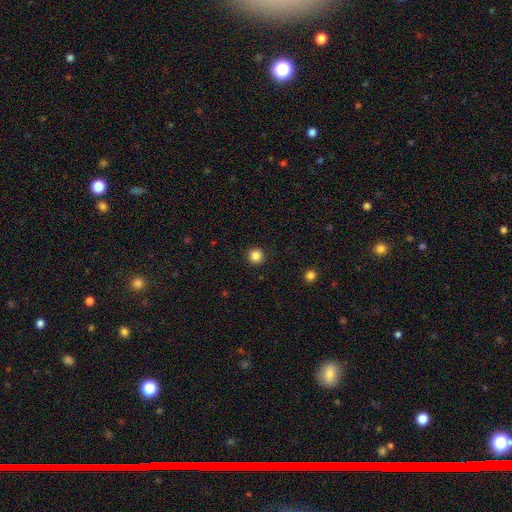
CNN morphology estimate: smooth-or-featured: smooth: 85% | star or artifact: 11% | featured or disk: 4%
  how-rounded: round: 96% | in between: 3% | cigar-shaped: 1%
  merging: none: 93% | minor disturbance: 4% | major disturbance: 2% | merger: 1%